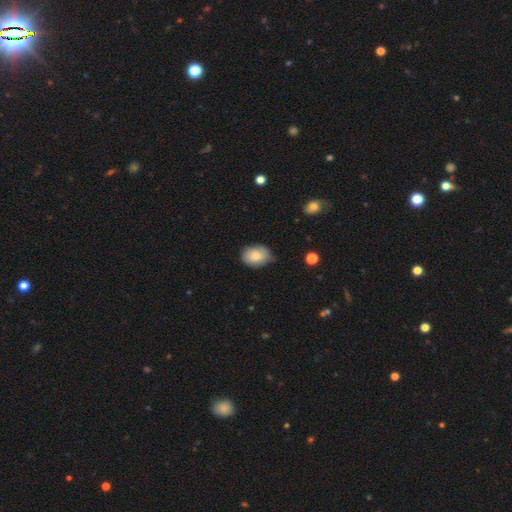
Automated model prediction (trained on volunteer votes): Smooth or featured: smooth — 73% (featured or disk — 19%)
How rounded: in between — 70% (round — 29%)
Merging: none — 62% (minor disturbance — 32%)